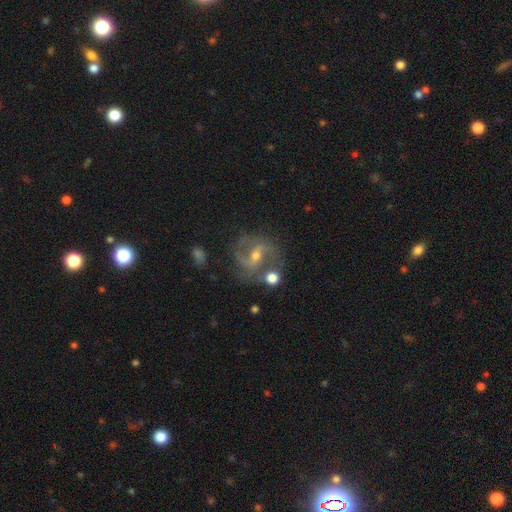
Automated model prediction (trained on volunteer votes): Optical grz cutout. It shows a featured or disk galaxy (83%) with a weak bar (46%), 2 (84%) medium (51%) spiral arms (94%) and a moderate central bulge (50%). Merging: none (69%).